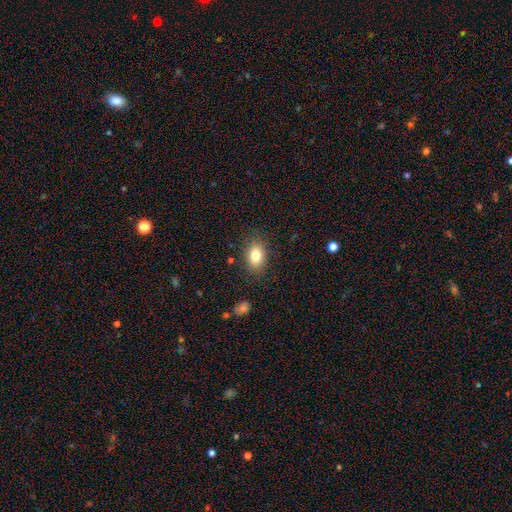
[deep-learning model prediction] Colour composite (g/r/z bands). It shows a smooth galaxy with no disk features (82%) that is in between round and cigar-shaped (84%). Merging: none (84%).